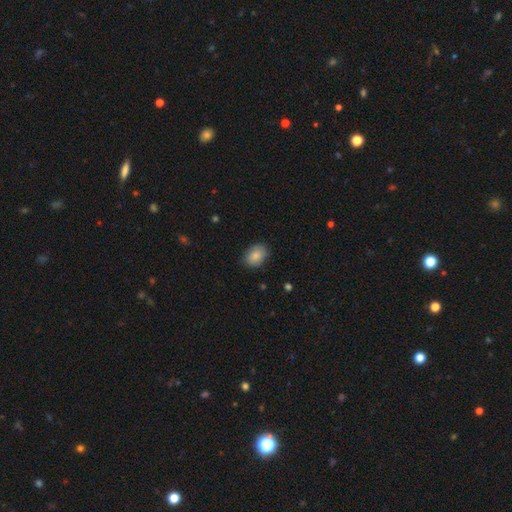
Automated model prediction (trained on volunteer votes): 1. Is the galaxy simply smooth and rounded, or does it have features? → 86% smooth, 7% star or artifact, 7% featured or disk.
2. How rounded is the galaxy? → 71% in between, 28% round, 1% cigar-shaped.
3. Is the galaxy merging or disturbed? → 83% none, 13% minor disturbance, 3% major disturbance, 1% merger.